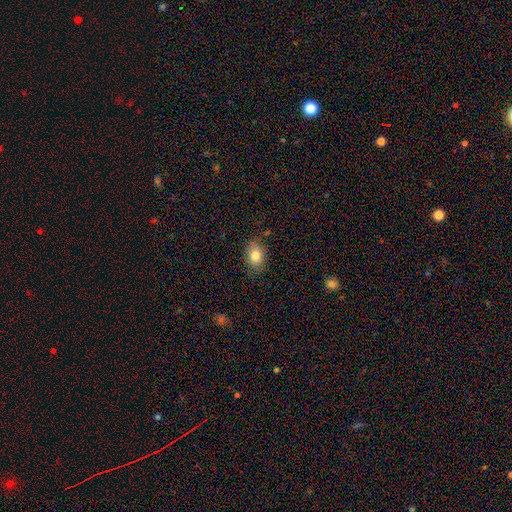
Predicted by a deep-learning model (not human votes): Smooth or featured: smooth — 81% (featured or disk — 10%)
How rounded: in between — 75% (round — 24%)
Merging: none — 82% (minor disturbance — 14%)